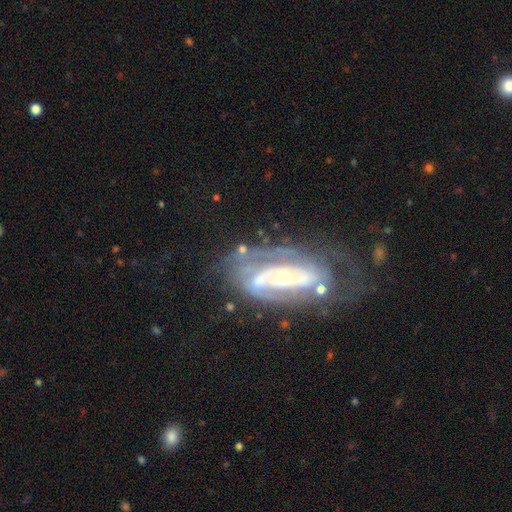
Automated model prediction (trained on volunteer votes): This appears to be a featured or disk galaxy (81%) with no bar (41%), tight (50%) spiral arms (73%) and a small central bulge (46%). Merging: none (53%).